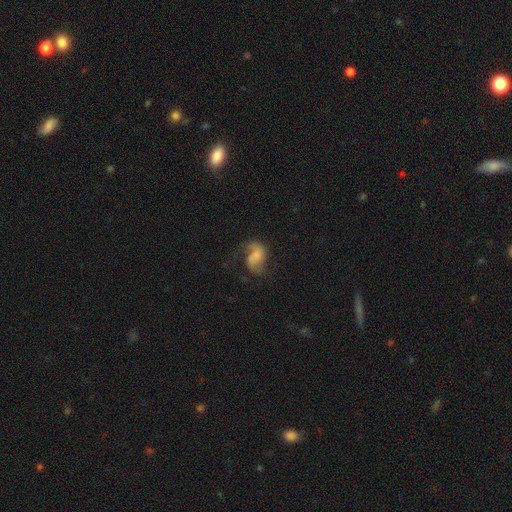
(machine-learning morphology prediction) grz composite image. It shows a featured or disk galaxy (65%) with no bar (53%), 2 (79%) loose (55%) spiral arms (89%) and a small central bulge (38%). Merging: none (49%).